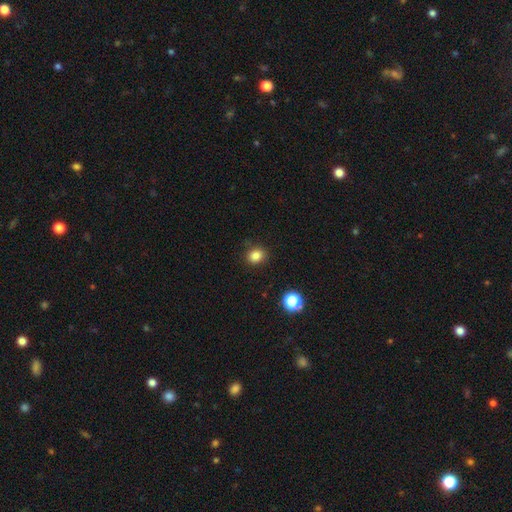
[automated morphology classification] Overall: smooth (83%). How rounded: round (71%). Merging: none (86%).